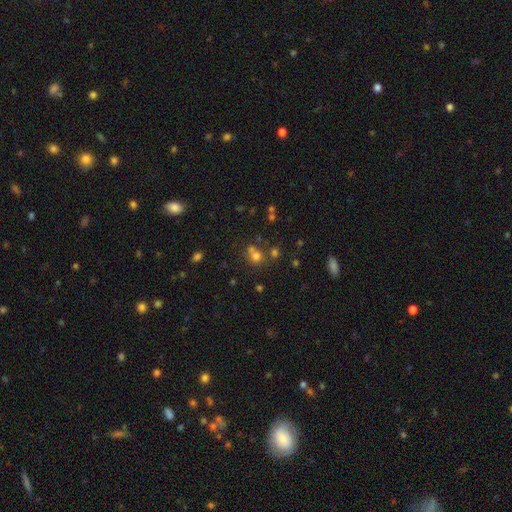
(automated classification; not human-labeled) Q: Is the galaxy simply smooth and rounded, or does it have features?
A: smooth — 64%.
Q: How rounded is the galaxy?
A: round — 82%.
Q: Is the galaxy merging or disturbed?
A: none — 54%.